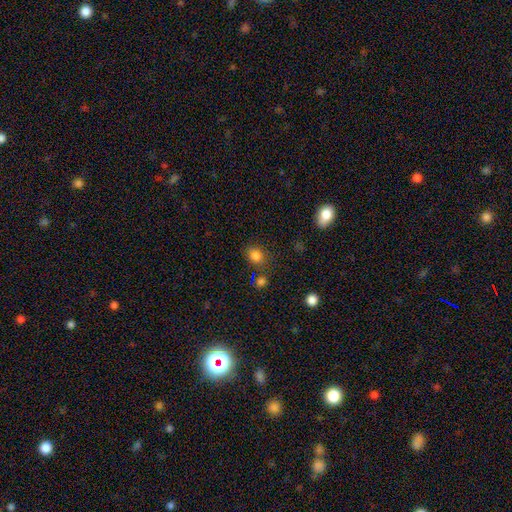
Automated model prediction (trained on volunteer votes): This appears to be a smooth galaxy with no disk features (81%) that is round (56%). Merging: none (77%).